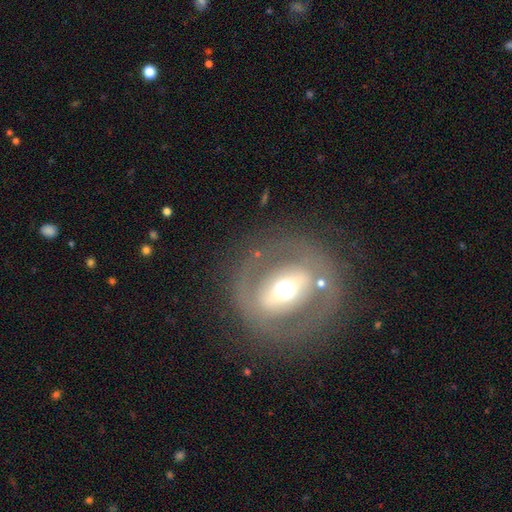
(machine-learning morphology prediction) Smooth or featured: featured or disk — 72% (smooth — 21%)
Edge-on disk: no — 89% (yes — 11%)
Bar: strong — 48% (weak — 28%)
Spiral arms: no — 67% (yes — 33%)
Bulge size: moderate — 62% (small — 20%)
Merging: none — 79% (minor disturbance — 11%)